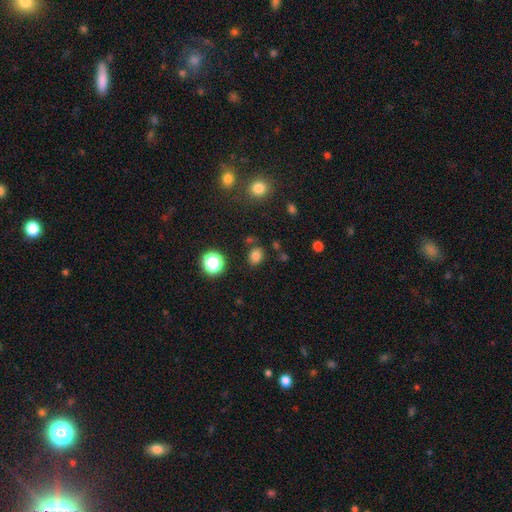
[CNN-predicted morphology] The model was most divided on "how rounded": in between: 54%, round: 45%, cigar-shaped: 1%. More confident: merging — none (80%); smooth or featured — smooth (78%).